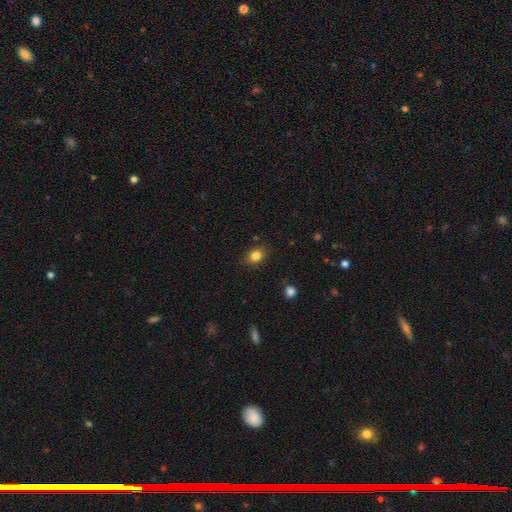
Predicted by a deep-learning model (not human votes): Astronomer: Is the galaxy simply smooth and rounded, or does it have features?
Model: smooth — 84%.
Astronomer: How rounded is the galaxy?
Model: in between — 54% (runner-up: round, 45%).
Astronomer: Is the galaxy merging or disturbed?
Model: none — 85%.